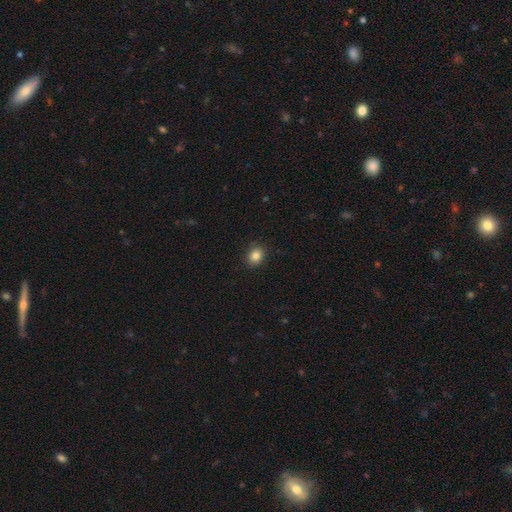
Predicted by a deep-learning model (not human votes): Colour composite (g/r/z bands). It shows a smooth galaxy with no disk features (84%) that is round (63%). Merging: none (89%).